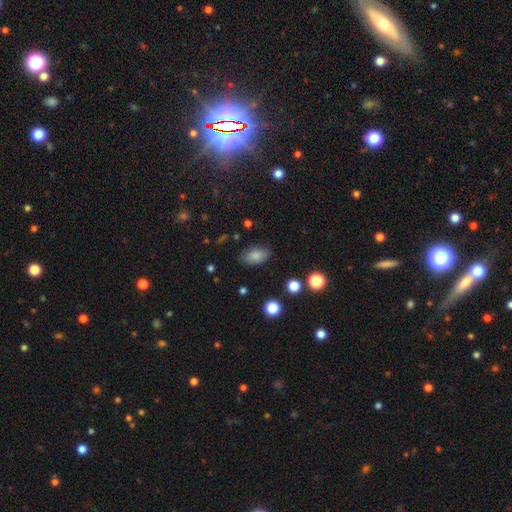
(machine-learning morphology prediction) smooth-or-featured: smooth: 82% | star or artifact: 9% | featured or disk: 9%
  how-rounded: in between: 91% | round: 7% | cigar-shaped: 2%
  merging: none: 80% | minor disturbance: 14% | major disturbance: 4% | merger: 2%